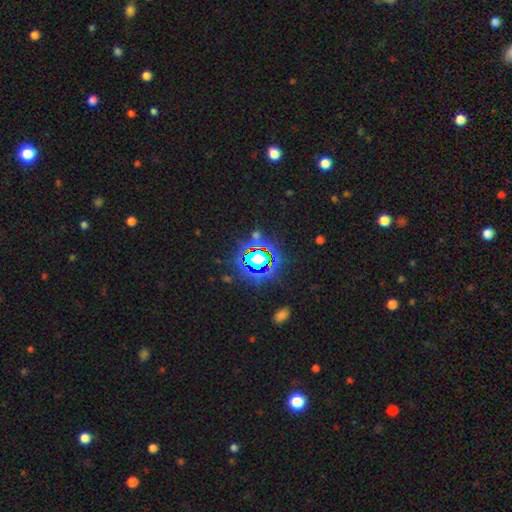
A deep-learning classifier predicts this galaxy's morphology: smooth_or_featured: star or artifact (p=0.76) [alt: smooth p=0.15]